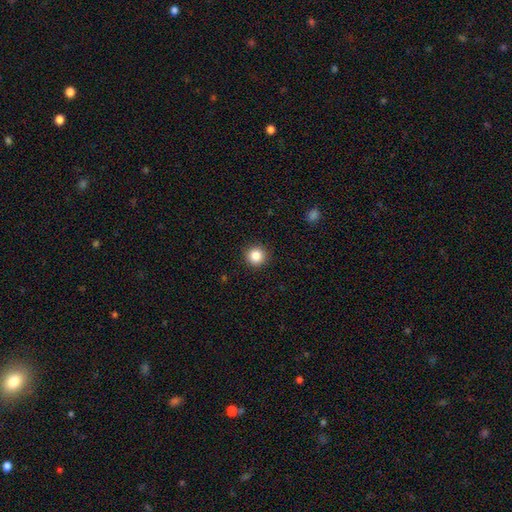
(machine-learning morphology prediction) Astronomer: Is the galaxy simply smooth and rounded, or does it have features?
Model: smooth — 86%.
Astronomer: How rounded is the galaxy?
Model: round — 95%.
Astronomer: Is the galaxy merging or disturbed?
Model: none — 92%.